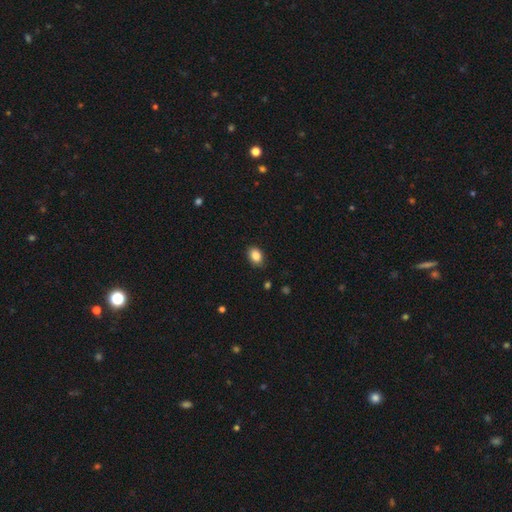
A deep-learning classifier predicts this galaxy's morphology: type=smooth (86%); roundness=in between (75%); merging=none (85%).